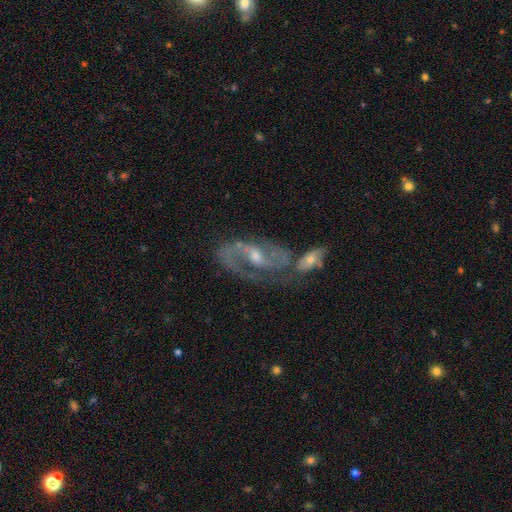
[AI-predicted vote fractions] This is clearly a featured or disk galaxy (87%). It is clearly not viewed edge-on (96%). Bar: possibly weak (46%). Spiral arm pattern: clearly yes (94%). Spiral arm count: clearly 2 (85%). Spiral winding: possibly medium (51%). Central bulge: possibly small (48%). Merging: marginally none (44%).